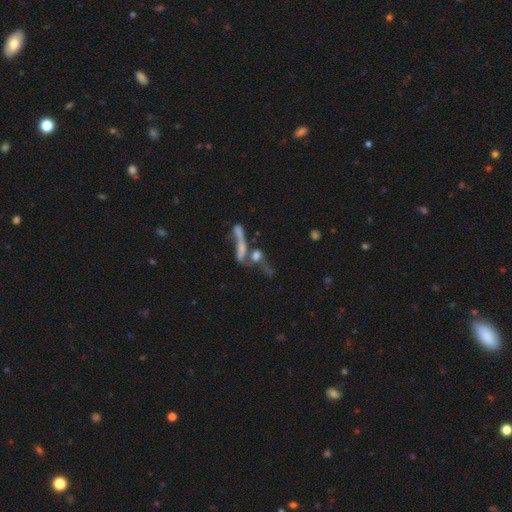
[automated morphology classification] A featured or disk galaxy (42%).

Vote fractions:
- Smooth or featured? featured or disk: 42% / smooth: 41% / star or artifact: 17%
- Merging? merger: 50% / none: 23% / major disturbance: 18% / minor disturbance: 9%